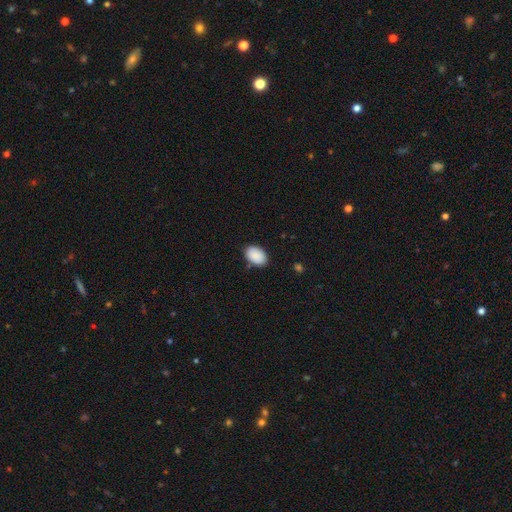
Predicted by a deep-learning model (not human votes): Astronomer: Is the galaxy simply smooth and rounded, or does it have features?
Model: smooth — 90%.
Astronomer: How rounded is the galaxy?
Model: in between — 89%.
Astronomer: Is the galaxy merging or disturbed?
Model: none — 84%.